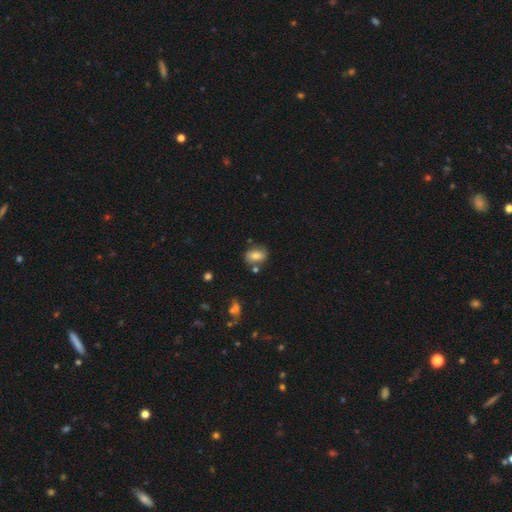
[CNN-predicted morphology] Smooth or featured?
  - smooth: 71% *
  - featured or disk: 19%
  - star or artifact: 9%
How rounded?
  - in between: 72% *
  - round: 25%
  - cigar-shaped: 2%
Merging?
  - none: 73% *
  - minor disturbance: 15%
  - merger: 8%
  - major disturbance: 4%